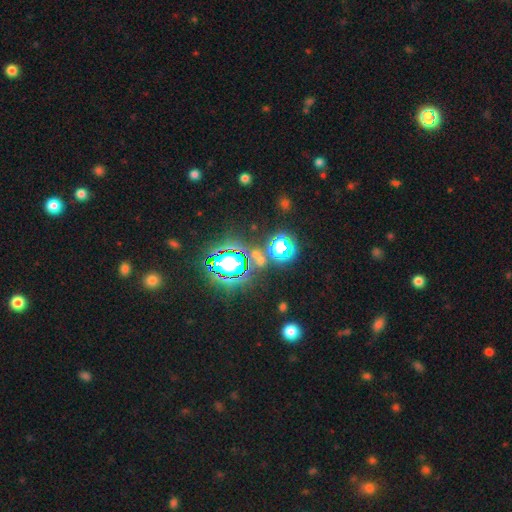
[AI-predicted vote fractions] Smooth or featured? star or artifact (72%)